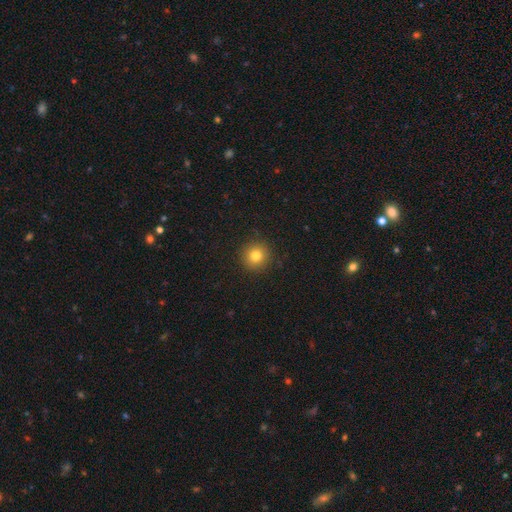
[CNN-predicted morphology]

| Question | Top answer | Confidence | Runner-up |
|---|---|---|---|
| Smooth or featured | smooth | 80% | star or artifact (12%) |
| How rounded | round | 94% | in between (5%) |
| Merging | none | 92% | minor disturbance (5%) |